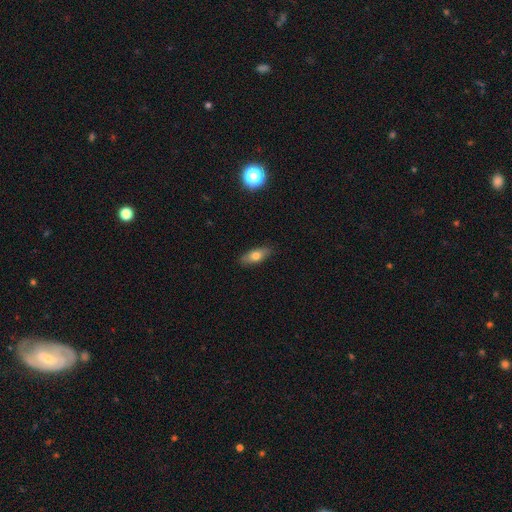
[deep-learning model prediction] This appears to be a smooth galaxy with no disk features (70%) that is in between round and cigar-shaped (74%). Merging: none (87%).